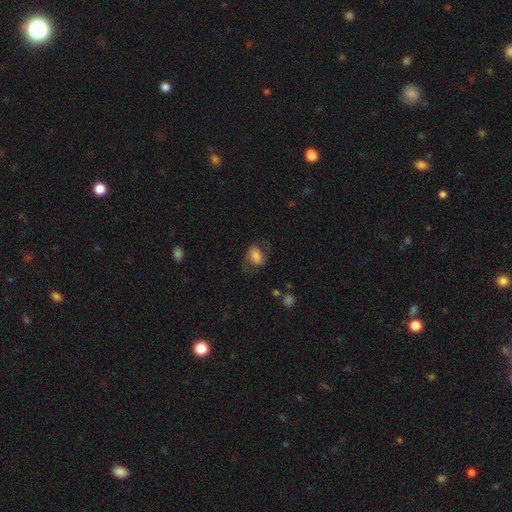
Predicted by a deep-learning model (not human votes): Morphology: type=smooth (65%); roundness=in between (72%); merging=none (60%).